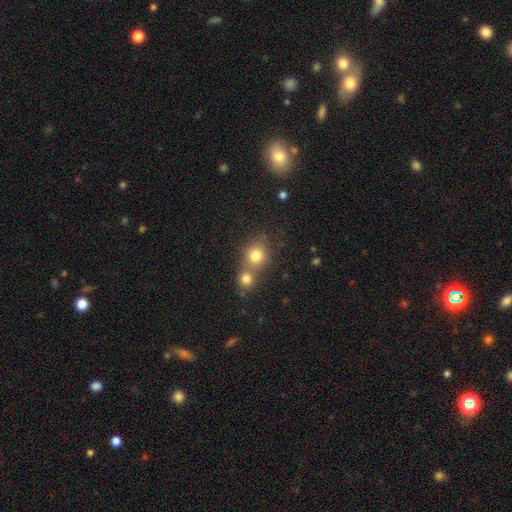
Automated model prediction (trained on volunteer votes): This appears to be a smooth galaxy with no disk features (79%) that is round (81%). Merging: merger (47%).